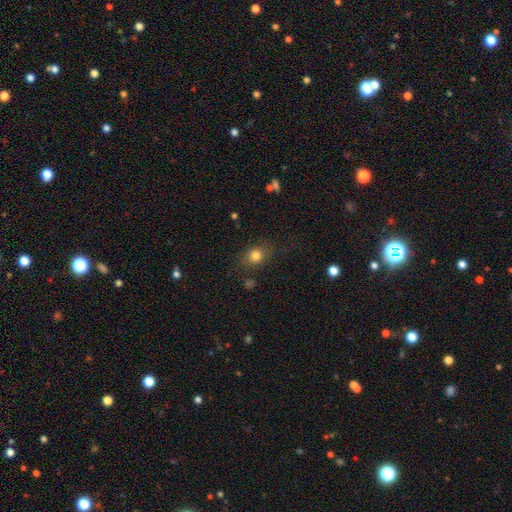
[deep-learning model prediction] smooth_or_featured: smooth (p=0.77) [alt: star or artifact p=0.14]
how_rounded: round (p=0.62) [alt: in between p=0.36]
merging: none (p=0.76) [alt: minor disturbance p=0.16]